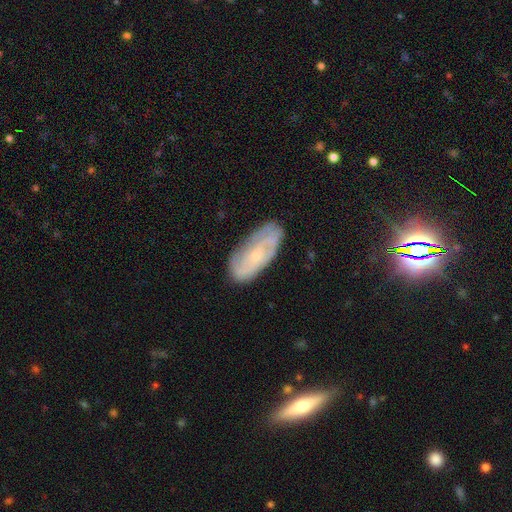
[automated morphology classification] Overall: featured or disk (63%; smooth 28%). Edge-on disk: no (90%). Bar: no (69%). Spiral arms: yes (82%). Bulge size: small (75%). Merging: none (78%).